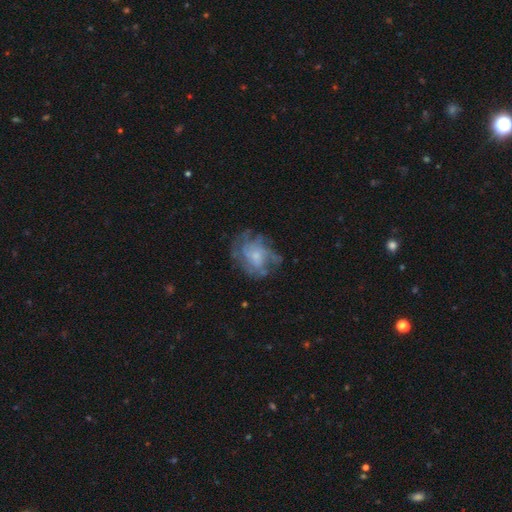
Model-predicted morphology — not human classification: featured or disk 65%, smooth 26%, star or artifact 9%. Down the decision tree: edge-on disk — no (98%); bar — no (78%); spiral arms — yes (65%); bulge size — small (49%); merging — none (59%).